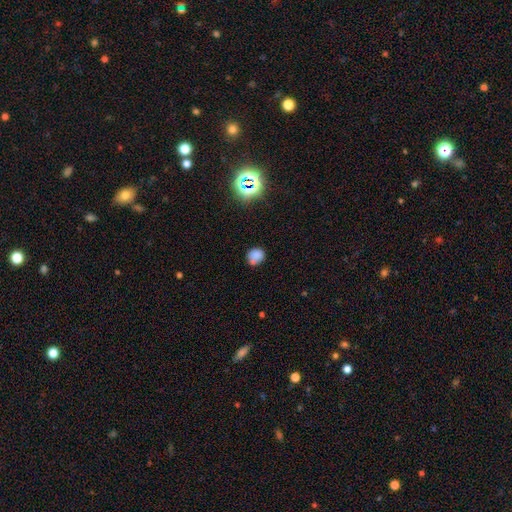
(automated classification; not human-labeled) The model was most divided on "merging": none: 62%, minor disturbance: 21%, merger: 11%, major disturbance: 6%. More confident: smooth or featured — smooth (76%); how rounded — round (75%).